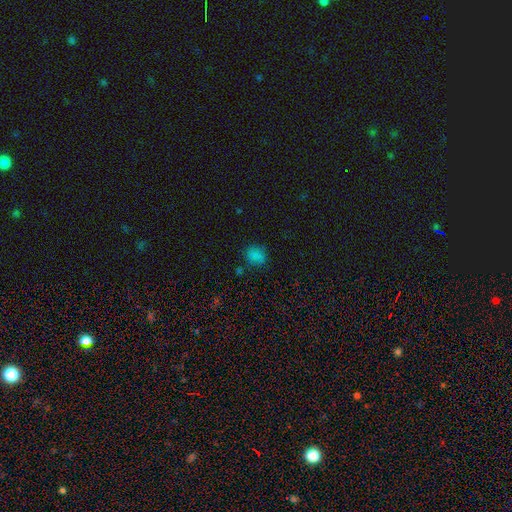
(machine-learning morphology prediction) smooth-or-featured: smooth: 78% | star or artifact: 17% | featured or disk: 5%
  how-rounded: round: 58% | in between: 40% | cigar-shaped: 1%
  merging: none: 77% | minor disturbance: 15% | major disturbance: 4% | merger: 4%